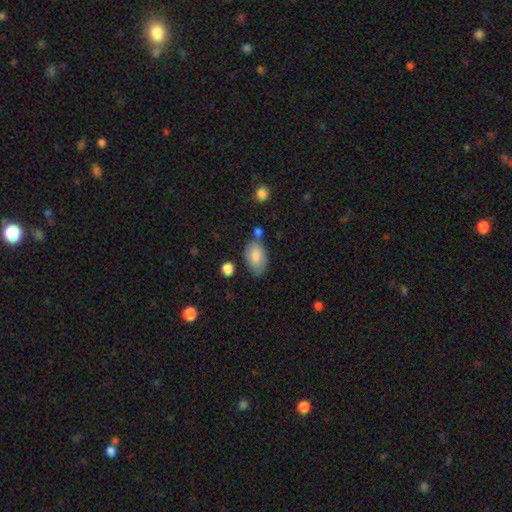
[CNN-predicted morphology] A smooth galaxy with no disk features (84%) that is in between round and cigar-shaped (93%).

Vote fractions:
- Smooth or featured? smooth: 84% / featured or disk: 10% / star or artifact: 6%
- How rounded? in between: 93% / round: 5% / cigar-shaped: 2%
- Merging? none: 62% / minor disturbance: 22% / merger: 11% / major disturbance: 6%